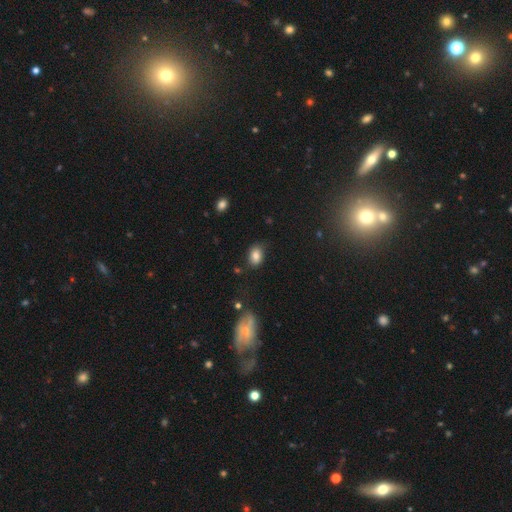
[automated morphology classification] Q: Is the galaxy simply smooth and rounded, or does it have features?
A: smooth — 81%.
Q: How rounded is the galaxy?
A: in between — 72%.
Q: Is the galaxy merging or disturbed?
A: none — 75%.